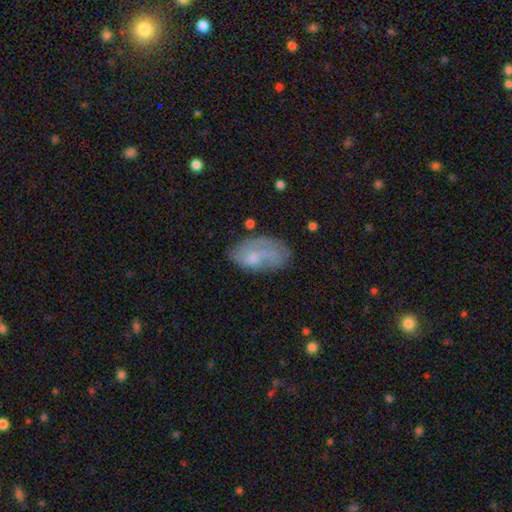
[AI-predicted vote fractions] smooth_or_featured: smooth (p=0.47) [alt: featured or disk p=0.45]
merging: none (p=0.50) [alt: minor disturbance p=0.28]